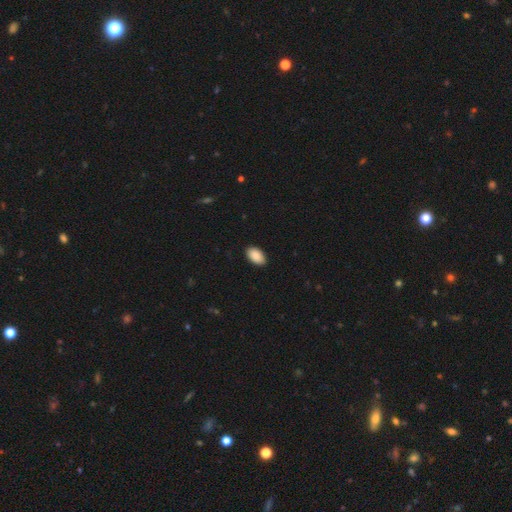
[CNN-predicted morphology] smooth-or-featured: smooth: 91% | star or artifact: 6% | featured or disk: 3%
  how-rounded: in between: 94% | round: 4% | cigar-shaped: 1%
  merging: none: 89% | minor disturbance: 8% | major disturbance: 2% | merger: 1%